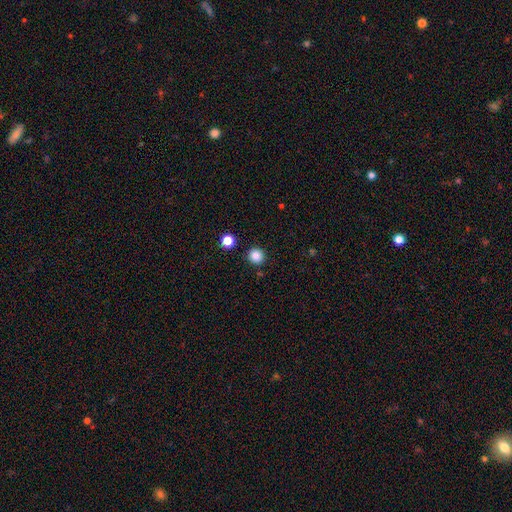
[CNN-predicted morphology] Smooth or featured: smooth — 86% (star or artifact — 11%)
How rounded: round — 93% (in between — 6%)
Merging: none — 89% (minor disturbance — 6%)